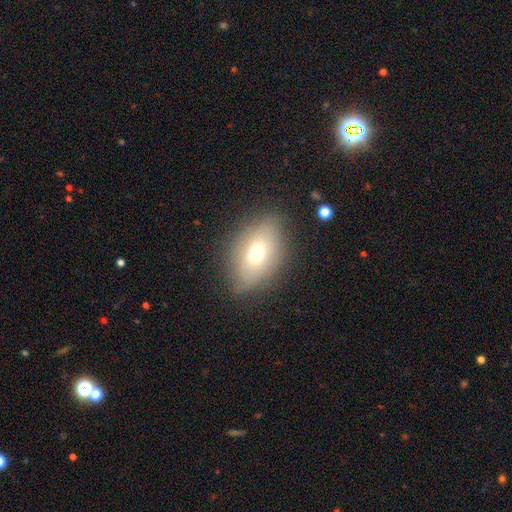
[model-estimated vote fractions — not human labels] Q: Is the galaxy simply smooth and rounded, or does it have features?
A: smooth — 65%.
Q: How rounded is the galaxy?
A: in between — 86%.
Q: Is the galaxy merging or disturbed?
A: none — 80%.